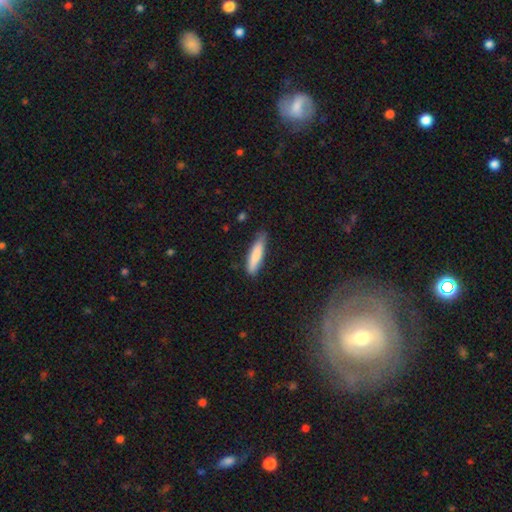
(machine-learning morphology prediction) Smooth or featured? Predicted: smooth (p=0.81). How rounded? Predicted: cigar-shaped (p=0.78). Merging? Predicted: none (p=0.76).